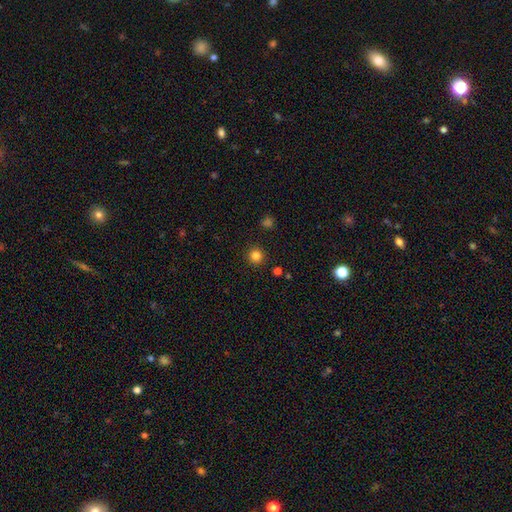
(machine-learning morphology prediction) Smooth or featured?
  - smooth: 83% *
  - star or artifact: 13%
  - featured or disk: 4%
How rounded?
  - round: 95% *
  - in between: 5%
  - cigar-shaped: 1%
Merging?
  - none: 92% *
  - minor disturbance: 5%
  - major disturbance: 2%
  - merger: 2%